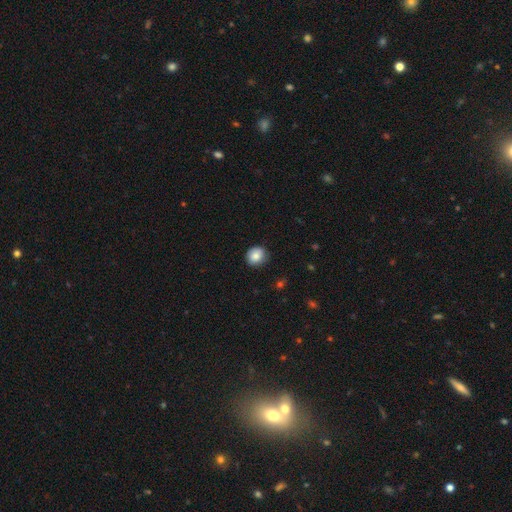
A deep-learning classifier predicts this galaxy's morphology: Smooth or featured: smooth — 83% (star or artifact — 8%)
How rounded: round — 81% (in between — 18%)
Merging: none — 85% (minor disturbance — 12%)